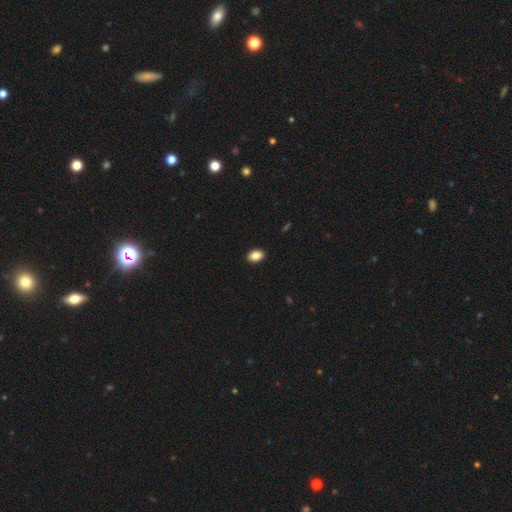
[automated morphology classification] This appears to be a smooth galaxy with no disk features (87%) that is in between round and cigar-shaped (85%). Merging: none (91%).